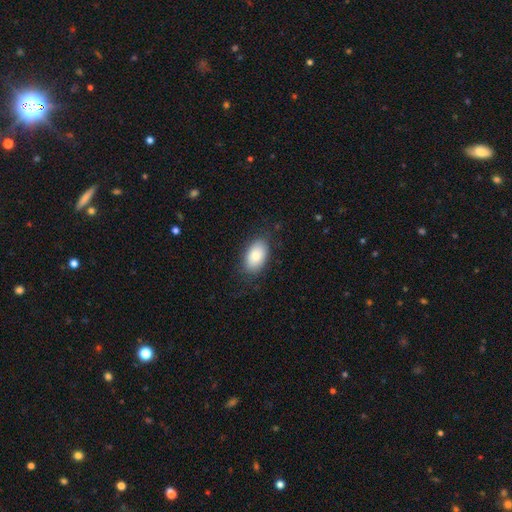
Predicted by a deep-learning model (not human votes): Smooth or featured?
  - smooth: 83% *
  - featured or disk: 10%
  - star or artifact: 7%
How rounded?
  - in between: 92% *
  - round: 6%
  - cigar-shaped: 1%
Merging?
  - none: 80% *
  - minor disturbance: 15%
  - major disturbance: 4%
  - merger: 1%